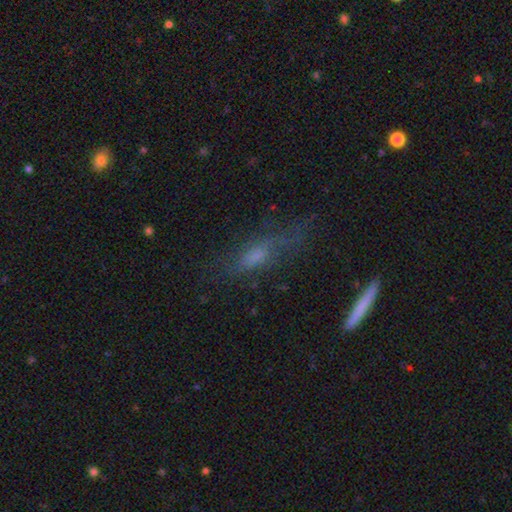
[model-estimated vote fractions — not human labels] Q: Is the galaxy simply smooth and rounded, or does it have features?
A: smooth — 52%.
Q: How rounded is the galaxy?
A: cigar-shaped — 50%.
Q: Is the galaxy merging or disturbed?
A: none — 50%.